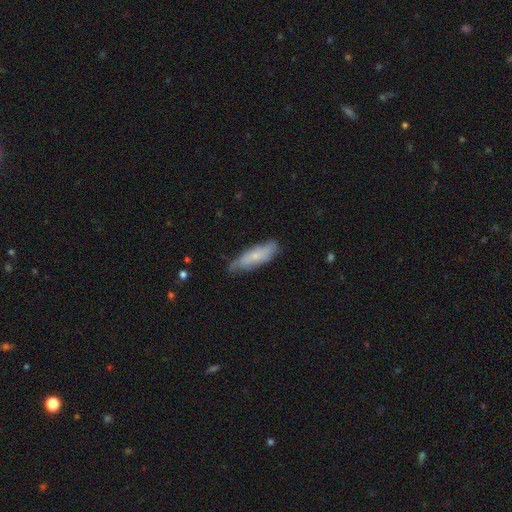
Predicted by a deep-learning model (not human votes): smooth 60%, featured or disk 34%, star or artifact 6%. Down the decision tree: how rounded — cigar-shaped (51%); merging — none (69%).